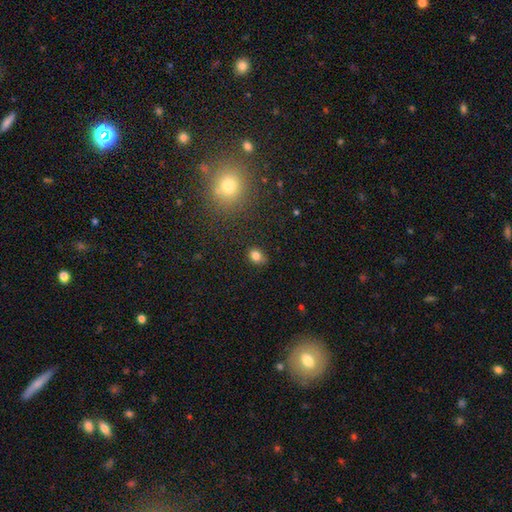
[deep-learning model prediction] A smooth galaxy with no disk features (81%) that is in between round and cigar-shaped (53%). Merging: none (81%).